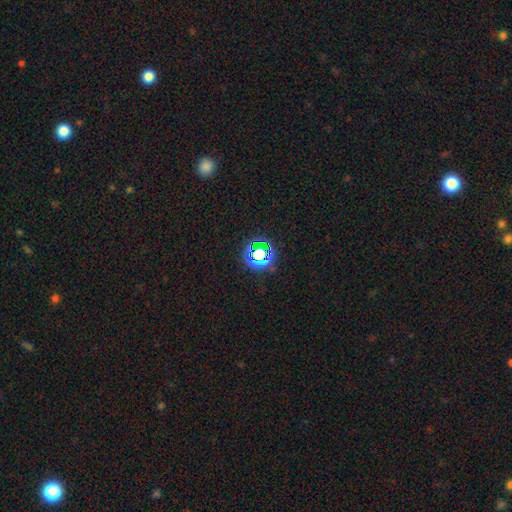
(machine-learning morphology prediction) This appears to be a star or artifact, not a galaxy (67%).